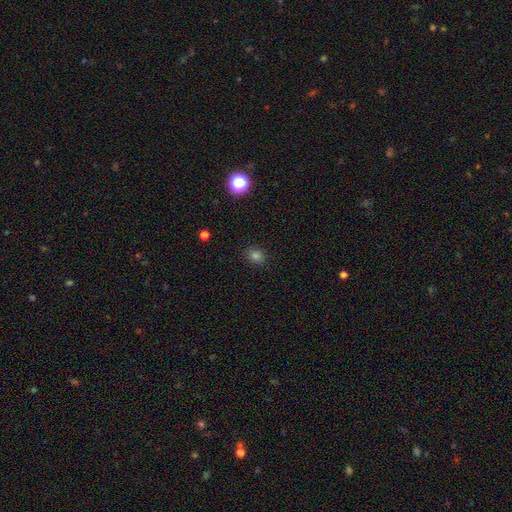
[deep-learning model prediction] smooth_or_featured: smooth (p=0.79) [alt: star or artifact p=0.17]
how_rounded: round (p=0.57) [alt: in between p=0.42]
merging: none (p=0.88) [alt: minor disturbance p=0.09]